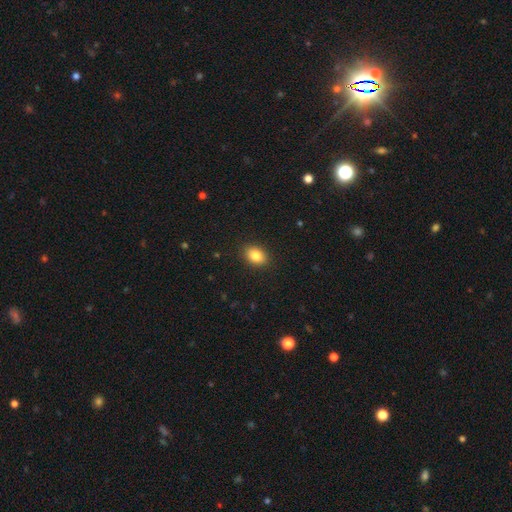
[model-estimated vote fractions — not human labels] Smooth or featured? Predicted: smooth (p=0.84). How rounded? Predicted: in between (p=0.74). Merging? Predicted: none (p=0.90).